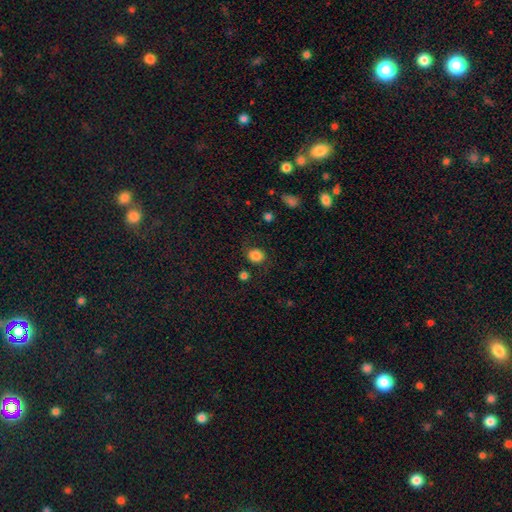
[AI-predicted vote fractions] smooth_or_featured: smooth (p=0.83) [alt: star or artifact p=0.10]
how_rounded: round (p=0.77) [alt: in between p=0.23]
merging: none (p=0.78) [alt: minor disturbance p=0.13]